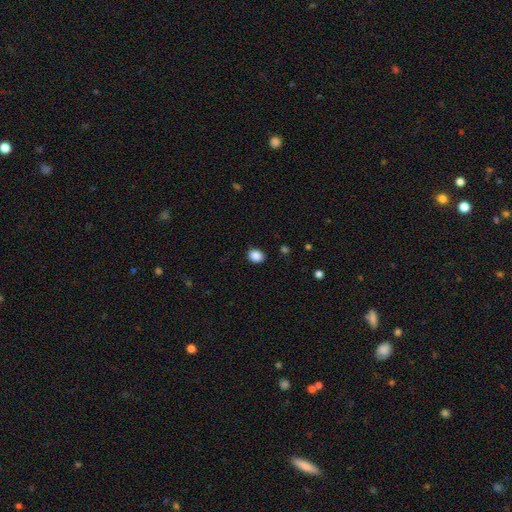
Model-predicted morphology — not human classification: A smooth galaxy with no disk features (88%) that is in between round and cigar-shaped (52%). Merging: none (87%).